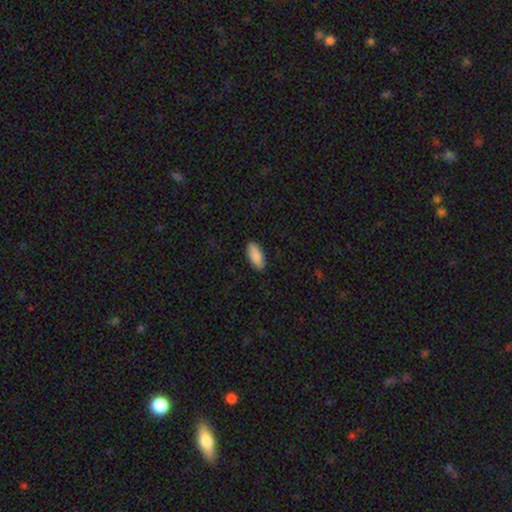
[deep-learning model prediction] Q: Smooth or featured?
A: smooth (89%); runner-up: star or artifact (6%)
Q: How rounded?
A: in between (84%); runner-up: cigar-shaped (14%)
Q: Merging?
A: none (88%); runner-up: minor disturbance (9%)